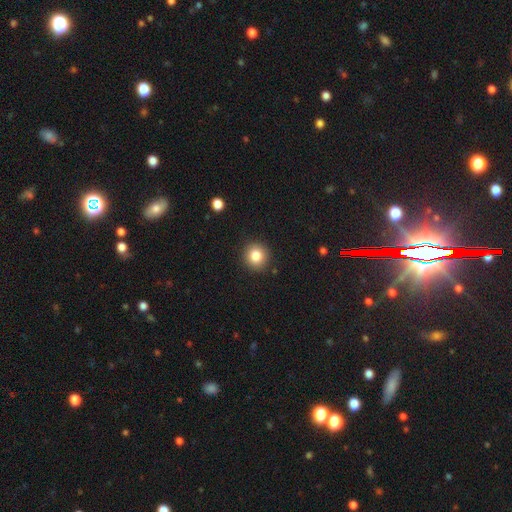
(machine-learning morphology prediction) A smooth galaxy with no disk features (83%) that is round (92%). Merging: none (90%).